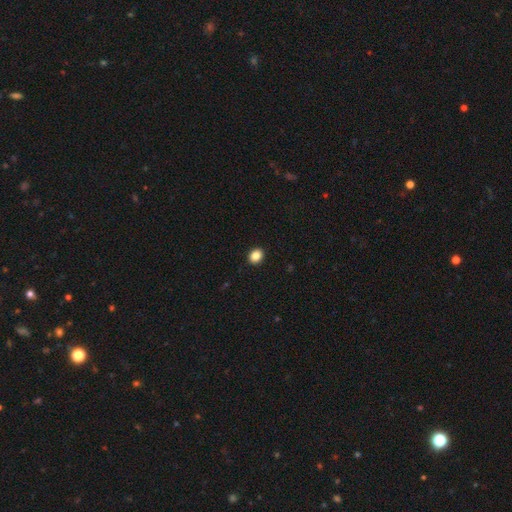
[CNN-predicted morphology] smooth-or-featured: smooth: 87% | star or artifact: 10% | featured or disk: 4%
  how-rounded: round: 57% | in between: 42% | cigar-shaped: 1%
  merging: none: 92% | minor disturbance: 5% | major disturbance: 2% | merger: 1%